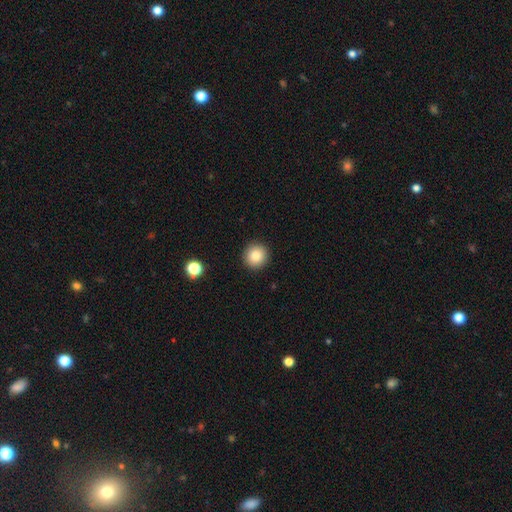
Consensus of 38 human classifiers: Overall: smooth (89%). How rounded: round (94%). Merging: none (94%).